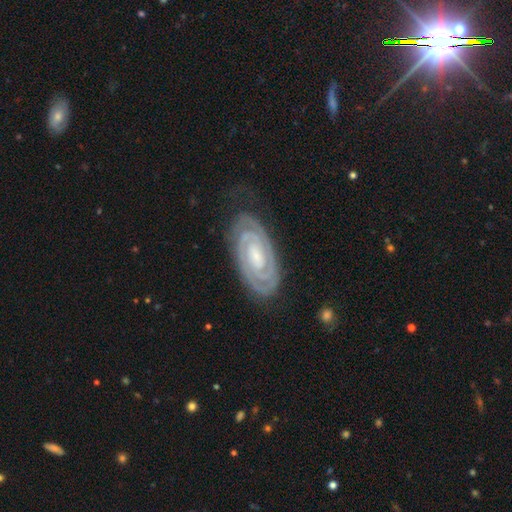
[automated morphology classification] The model was most divided on "bar": no: 43%, weak: 37%, strong: 20%. More confident: spiral arms — yes (98%); edge-on disk — no (96%); smooth or featured — featured or disk (90%); spiral winding — tight (84%); spiral arm count — 2 (79%); merging — none (78%); bulge size — small (53%).